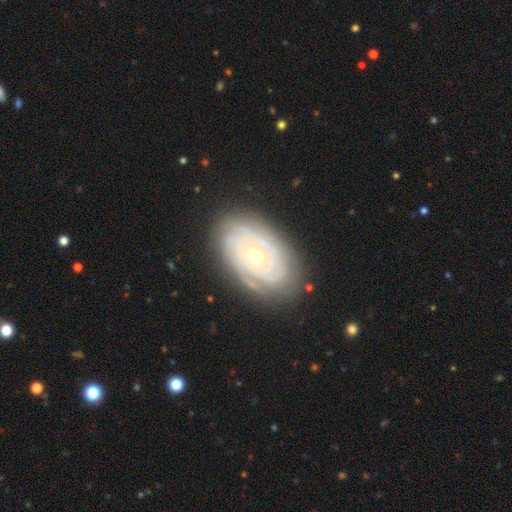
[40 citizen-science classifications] Smooth or featured: featured or disk — 80% (smooth — 12%)
Edge-on disk: no — 88% (yes — 12%)
Bar: no — 82% (weak — 11%)
Spiral arms: yes — 89% (no — 11%)
Spiral winding: tight — 68% (medium — 32%)
Spiral arm count: can't tell — 40% (4 — 24%)
Bulge size: moderate — 54% (small — 43%)
Merging: none — 84% (minor disturbance — 11%)